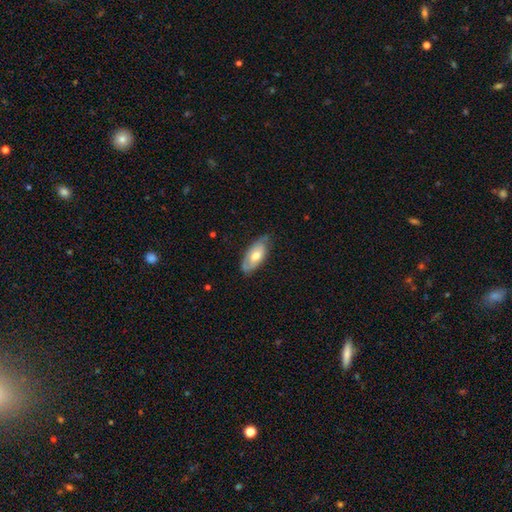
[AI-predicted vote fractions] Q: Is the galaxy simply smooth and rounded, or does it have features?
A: smooth — 49%.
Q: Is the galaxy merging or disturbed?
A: none — 63%.